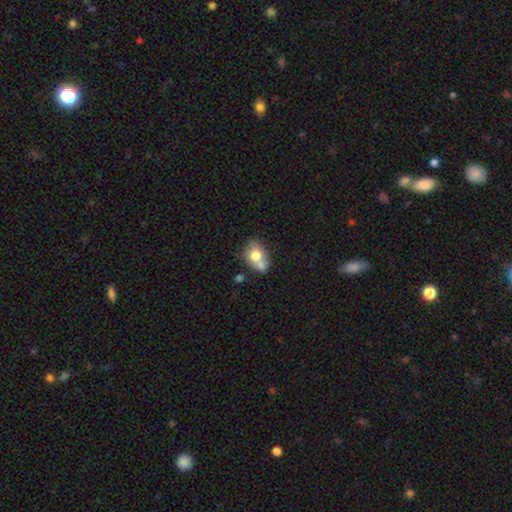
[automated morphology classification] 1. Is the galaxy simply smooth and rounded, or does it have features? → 71% smooth, 21% featured or disk, 9% star or artifact.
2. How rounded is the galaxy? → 57% in between, 42% round, 1% cigar-shaped.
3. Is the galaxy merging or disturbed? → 45% merger, 36% none, 14% minor disturbance, 5% major disturbance.